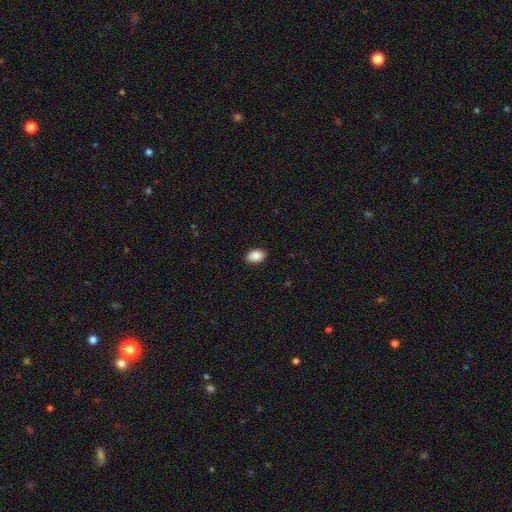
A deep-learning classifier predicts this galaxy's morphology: type=smooth (90%); roundness=in between (86%); merging=none (89%).